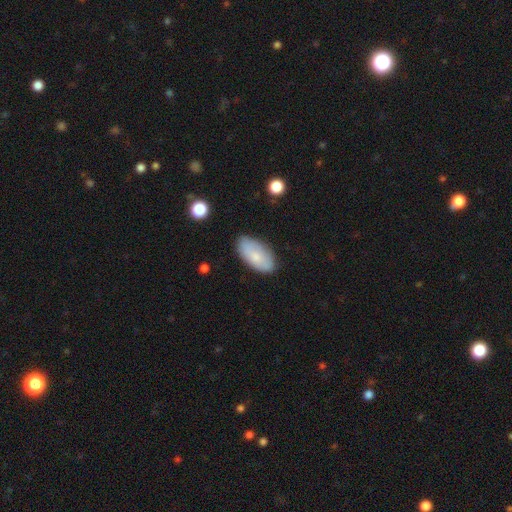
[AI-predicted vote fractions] Smooth or featured? Predicted: smooth (p=0.76). How rounded? Predicted: in between (p=0.94). Merging? Predicted: none (p=0.81).